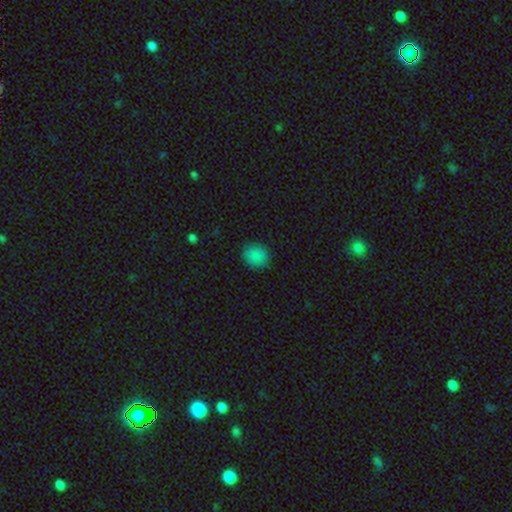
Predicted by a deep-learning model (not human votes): Smooth or featured?
  - smooth: 86% *
  - star or artifact: 11%
  - featured or disk: 3%
How rounded?
  - round: 74% *
  - in between: 25%
  - cigar-shaped: 1%
Merging?
  - none: 85% *
  - minor disturbance: 11%
  - major disturbance: 3%
  - merger: 1%